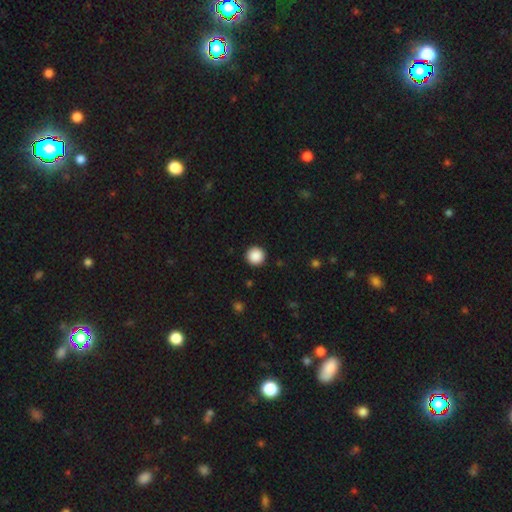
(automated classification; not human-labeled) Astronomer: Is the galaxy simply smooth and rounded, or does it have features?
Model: smooth — 89%.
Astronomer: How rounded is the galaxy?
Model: round — 96%.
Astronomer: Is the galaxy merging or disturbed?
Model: none — 93%.